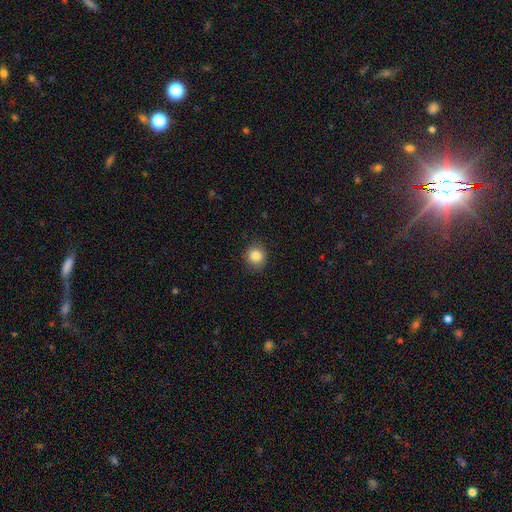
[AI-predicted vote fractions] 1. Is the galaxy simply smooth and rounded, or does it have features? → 85% smooth, 10% star or artifact, 5% featured or disk.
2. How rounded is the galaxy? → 86% round, 13% in between, 1% cigar-shaped.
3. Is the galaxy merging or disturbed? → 88% none, 8% minor disturbance, 2% major disturbance, 1% merger.